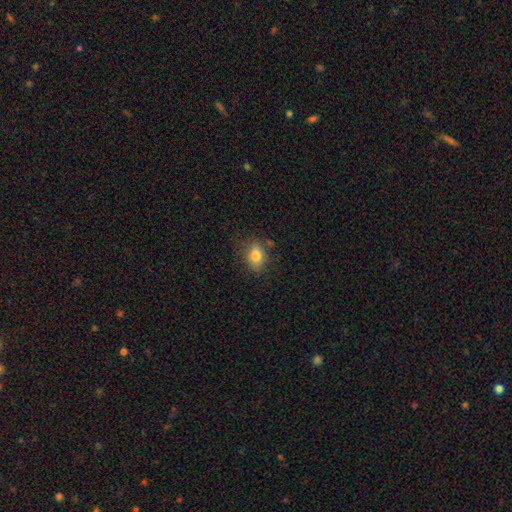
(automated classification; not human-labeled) Morphology: type=smooth (80%); roundness=in between (72%); merging=none (76%).